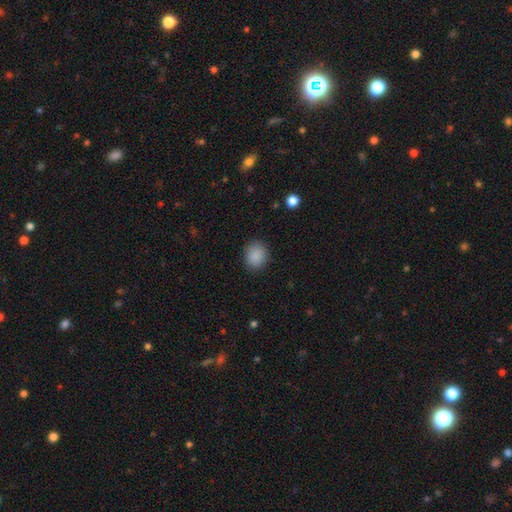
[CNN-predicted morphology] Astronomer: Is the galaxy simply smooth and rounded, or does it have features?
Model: smooth — 88%.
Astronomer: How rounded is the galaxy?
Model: round — 69%.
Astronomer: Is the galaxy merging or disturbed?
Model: none — 87%.